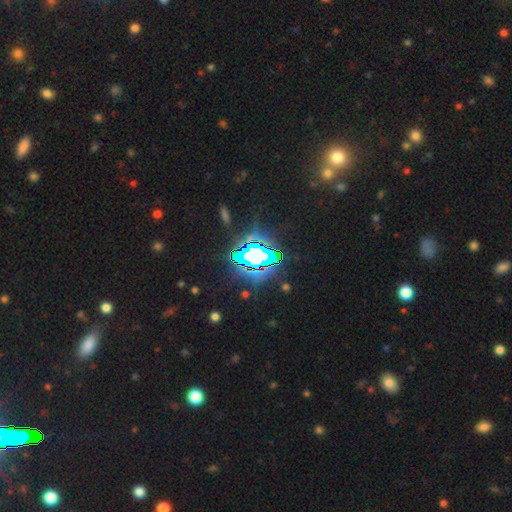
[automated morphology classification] The model was most divided on "smooth or featured": star or artifact: 71%, smooth: 15%, featured or disk: 14%.